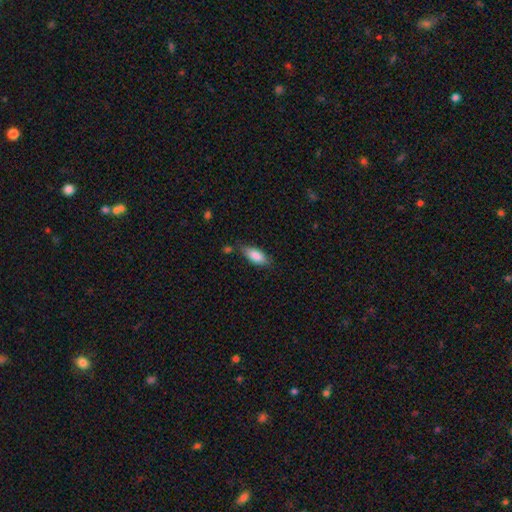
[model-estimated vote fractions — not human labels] A smooth galaxy with no disk features (83%) that is in between round and cigar-shaped (78%).

Vote fractions:
- Smooth or featured? smooth: 83% / featured or disk: 10% / star or artifact: 7%
- How rounded? in between: 78% / cigar-shaped: 20% / round: 2%
- Merging? none: 69% / minor disturbance: 21% / merger: 5% / major disturbance: 5%